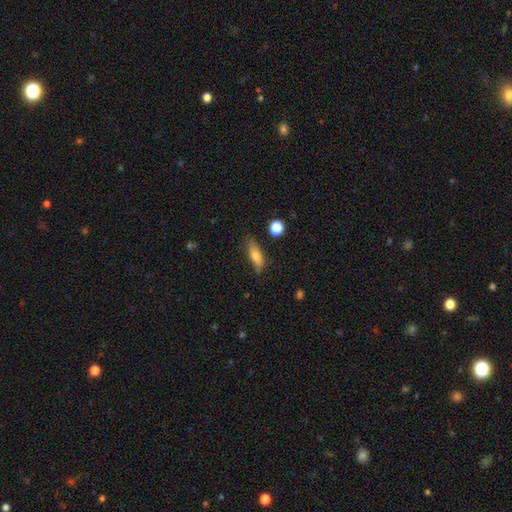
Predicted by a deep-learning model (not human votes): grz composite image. It shows a smooth galaxy with no disk features (72%) that is in between round and cigar-shaped (51%). Merging: none (71%).